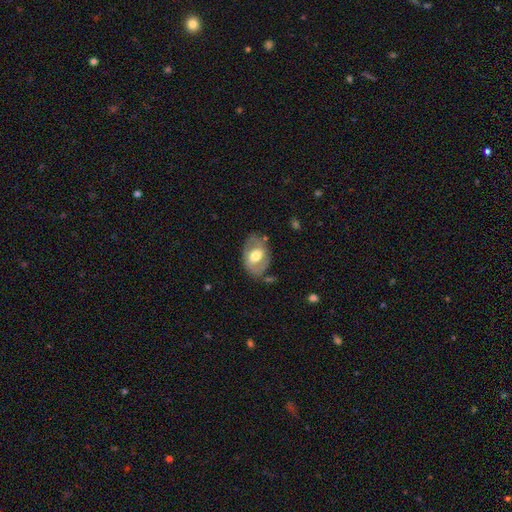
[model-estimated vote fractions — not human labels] Smooth or featured? Predicted: featured or disk (p=0.56). Edge-on disk? Predicted: no (p=0.93). Bar? Predicted: no (p=0.45). Spiral arms? Predicted: no (p=0.53). Bulge size? Predicted: moderate (p=0.62). Merging? Predicted: none (p=0.71).